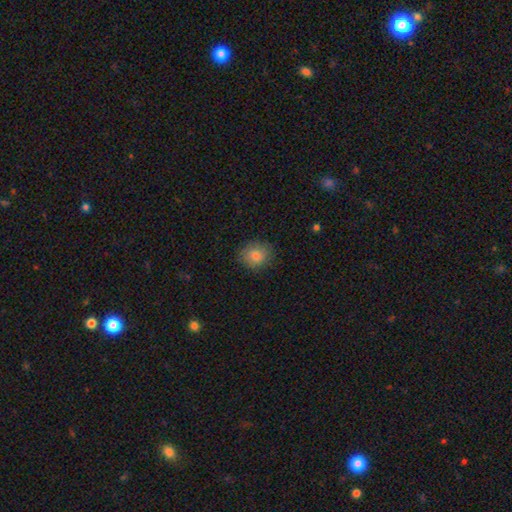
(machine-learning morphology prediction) Smooth or featured: smooth — 82% (featured or disk — 9%)
How rounded: round — 63% (in between — 36%)
Merging: none — 83% (minor disturbance — 13%)